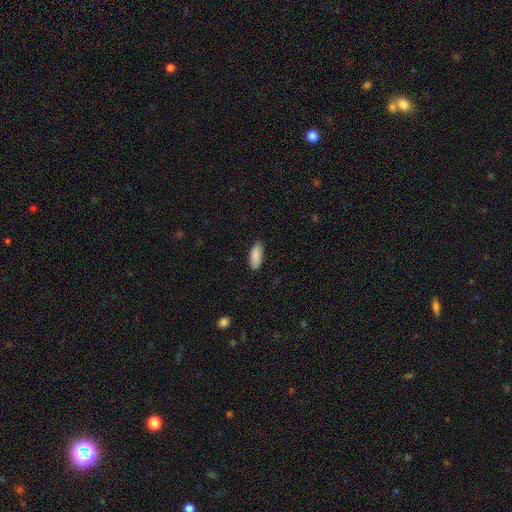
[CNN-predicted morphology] This is clearly a smooth galaxy (89%). How rounded: clearly in between (81%). Merging: clearly none (86%).